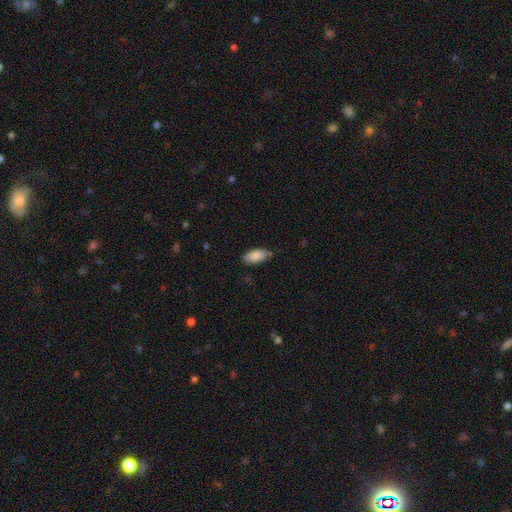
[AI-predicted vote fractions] Smooth or featured: smooth — 88% (star or artifact — 6%)
How rounded: in between — 92% (cigar-shaped — 6%)
Merging: none — 76% (minor disturbance — 19%)